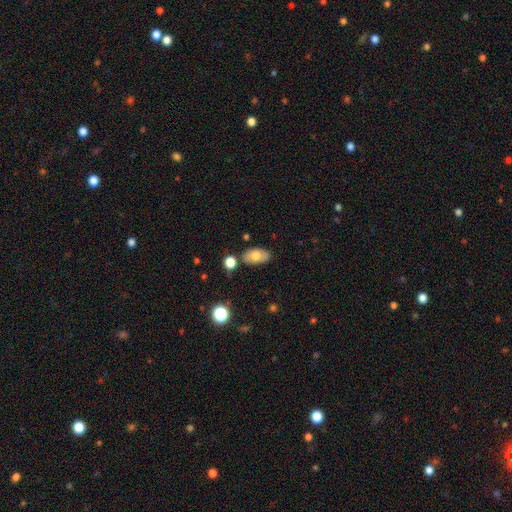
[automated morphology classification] Smooth or featured? Predicted: smooth (p=0.73). How rounded? Predicted: in between (p=0.92). Merging? Predicted: none (p=0.76).